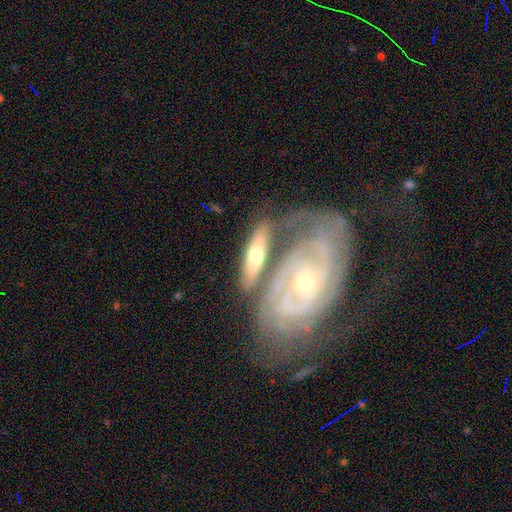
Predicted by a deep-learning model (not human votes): Smooth or featured? Predicted: featured or disk (p=0.57). Edge-on disk? Predicted: no (p=0.62). Merging? Predicted: none (p=0.53).